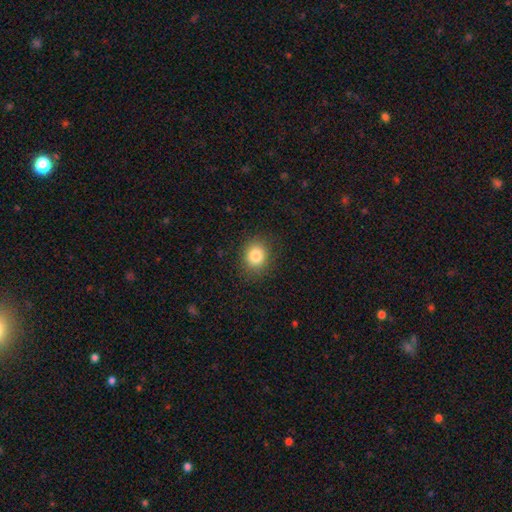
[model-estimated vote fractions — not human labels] A smooth galaxy with no disk features (83%) that is round (69%).

Vote fractions:
- Smooth or featured? smooth: 83% / star or artifact: 11% / featured or disk: 7%
- How rounded? round: 69% / in between: 30% / cigar-shaped: 1%
- Merging? none: 87% / minor disturbance: 9% / major disturbance: 3% / merger: 1%